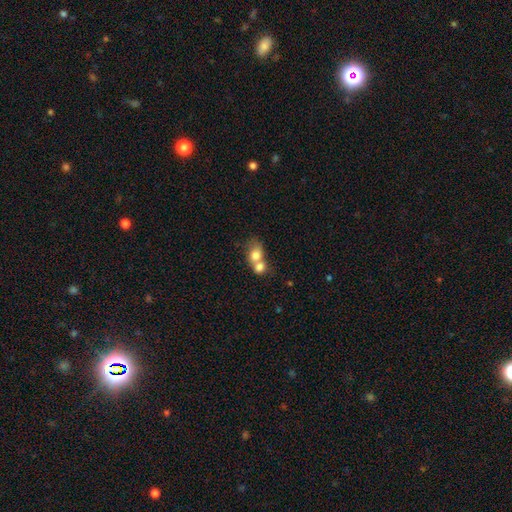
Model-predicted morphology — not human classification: A smooth galaxy with no disk features (75%) that is in between round and cigar-shaped (51%). Merging: merger (73%).